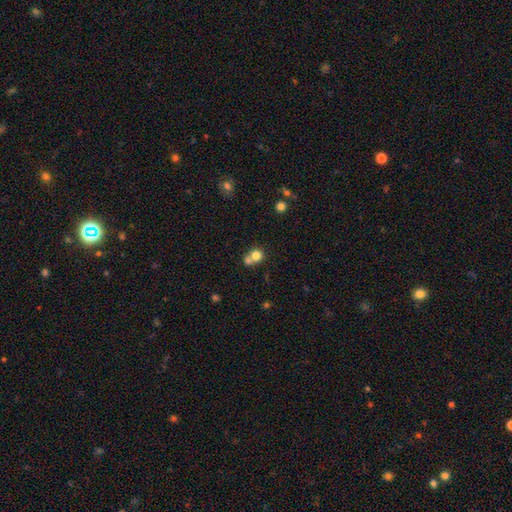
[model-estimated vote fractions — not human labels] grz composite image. It shows a smooth galaxy with no disk features (77%) that is round (83%). Merging: merger (50%).